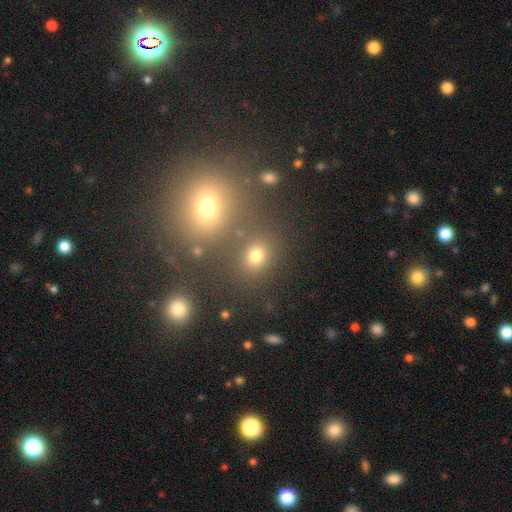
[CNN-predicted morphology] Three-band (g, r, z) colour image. It shows a smooth galaxy with no disk features (73%) that is round (74%). Merging: none (76%).